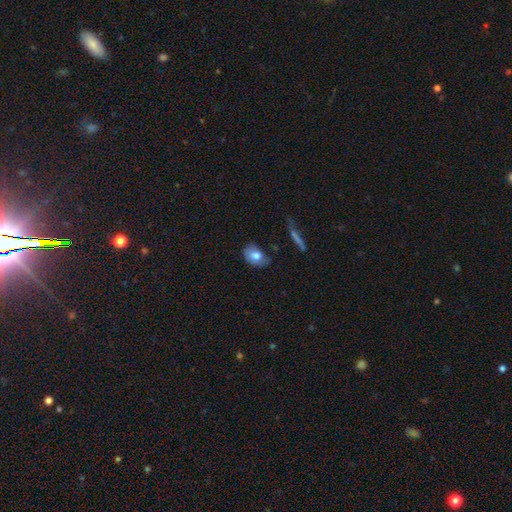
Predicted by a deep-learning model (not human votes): A smooth galaxy with no disk features (74%) that is in between round and cigar-shaped (82%).

Vote fractions:
- Smooth or featured? smooth: 74% / featured or disk: 18% / star or artifact: 8%
- How rounded? in between: 82% / round: 16% / cigar-shaped: 2%
- Merging? none: 49% / minor disturbance: 35% / major disturbance: 12% / merger: 4%